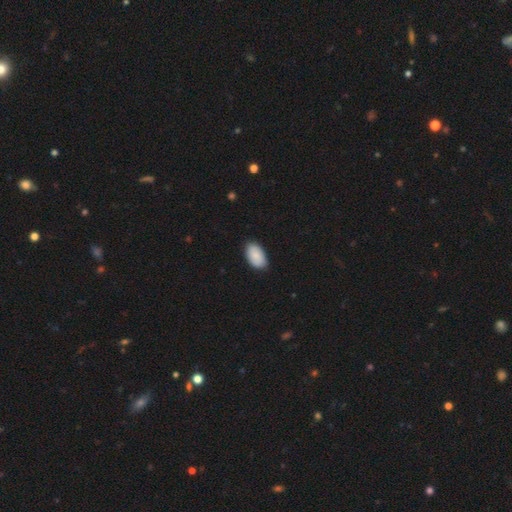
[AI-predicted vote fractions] This is clearly a smooth galaxy (85%). How rounded: clearly in between (95%). Merging: clearly none (84%).